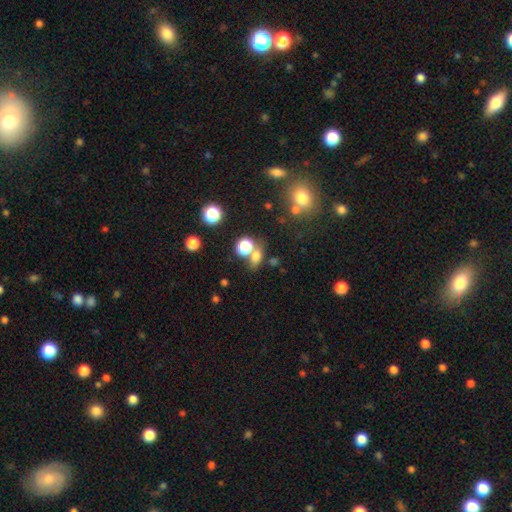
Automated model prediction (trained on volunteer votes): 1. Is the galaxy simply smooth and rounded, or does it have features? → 68% smooth, 22% star or artifact, 10% featured or disk.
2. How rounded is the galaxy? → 56% in between, 40% round, 4% cigar-shaped.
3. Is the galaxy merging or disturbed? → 57% none, 27% merger, 11% minor disturbance, 6% major disturbance.